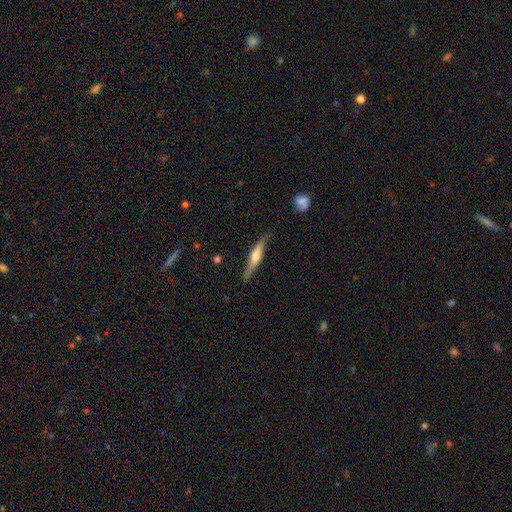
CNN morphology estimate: Smooth or featured? featured or disk (64%)
Edge-on disk? yes (91%)
Edge-on bulge? rounded (72%)
Merging? none (77%)